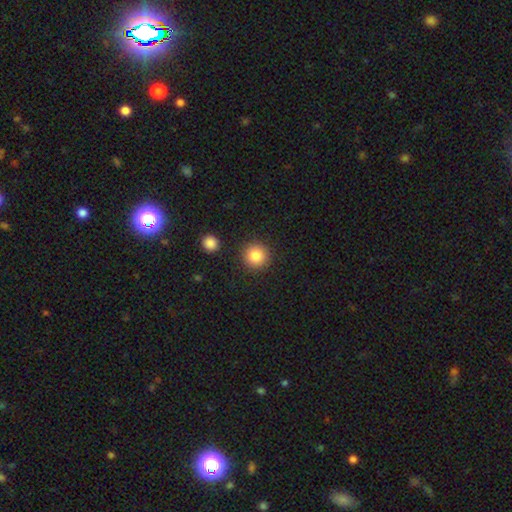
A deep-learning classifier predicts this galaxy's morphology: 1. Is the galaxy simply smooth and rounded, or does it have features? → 84% smooth, 10% star or artifact, 6% featured or disk.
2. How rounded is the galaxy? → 95% round, 5% in between, 1% cigar-shaped.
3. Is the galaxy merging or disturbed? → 89% none, 6% minor disturbance, 3% merger, 2% major disturbance.